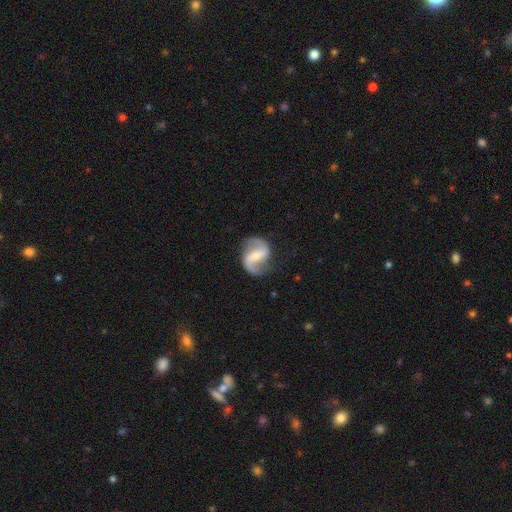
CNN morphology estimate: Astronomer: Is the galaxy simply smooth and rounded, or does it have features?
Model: featured or disk — 88%.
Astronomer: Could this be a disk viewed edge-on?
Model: no — 98%.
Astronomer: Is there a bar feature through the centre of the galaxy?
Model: strong — 40%, tied with weak at 40%.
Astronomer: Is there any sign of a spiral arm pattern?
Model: yes — 96%.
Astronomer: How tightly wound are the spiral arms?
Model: loose — 51% (runner-up: medium, 39%).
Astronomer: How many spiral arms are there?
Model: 2 — 93%.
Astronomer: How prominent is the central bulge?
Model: small — 55% (runner-up: moderate, 35%).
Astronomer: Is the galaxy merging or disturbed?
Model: none — 81%.